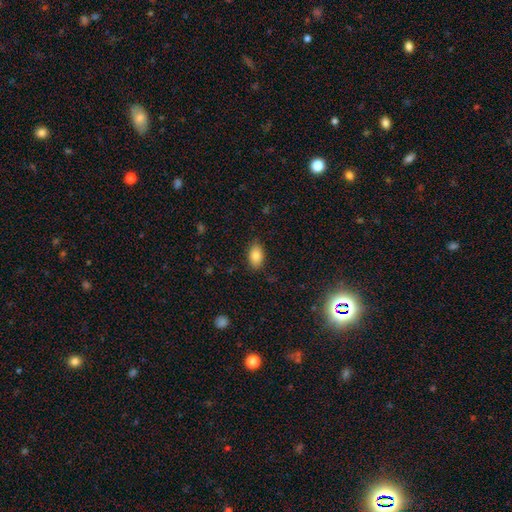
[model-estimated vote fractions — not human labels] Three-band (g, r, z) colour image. It shows a smooth galaxy with no disk features (84%) that is in between round and cigar-shaped (91%). Merging: none (85%).